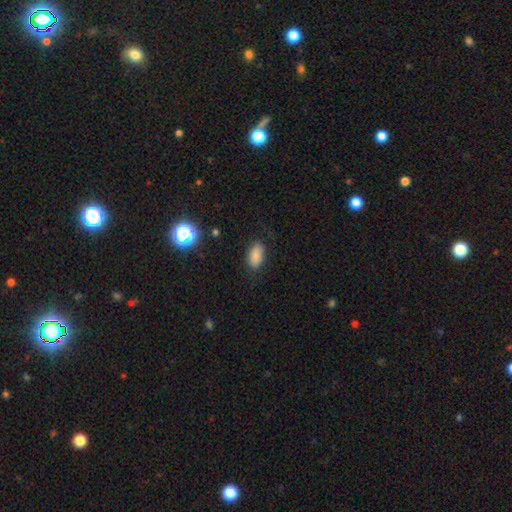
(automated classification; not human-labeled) Overall: smooth (83%). How rounded: in between (92%). Merging: none (82%).